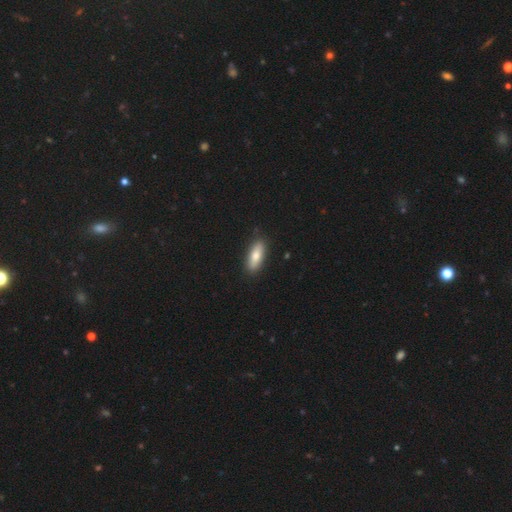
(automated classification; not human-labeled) This is likely a smooth galaxy (77%). How rounded: likely in between (67%). Merging: clearly none (88%).